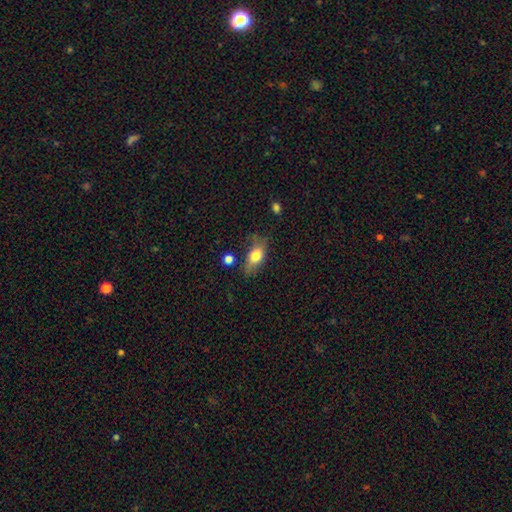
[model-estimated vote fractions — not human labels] Smooth or featured?
  - smooth: 71% *
  - featured or disk: 21%
  - star or artifact: 8%
How rounded?
  - in between: 80% *
  - round: 10%
  - cigar-shaped: 10%
Merging?
  - none: 62% *
  - minor disturbance: 26%
  - major disturbance: 9%
  - merger: 4%